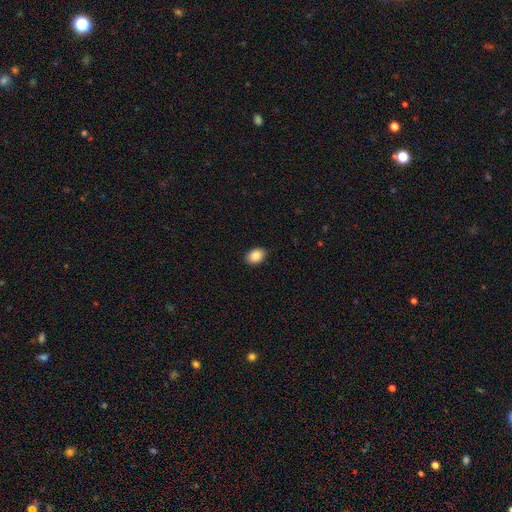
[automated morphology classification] Q: Smooth or featured?
A: smooth (89%); runner-up: star or artifact (8%)
Q: How rounded?
A: in between (74%); runner-up: round (25%)
Q: Merging?
A: none (89%); runner-up: minor disturbance (9%)